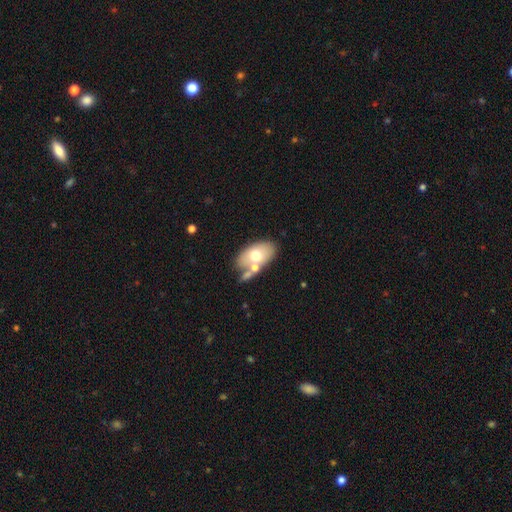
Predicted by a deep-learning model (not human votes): smooth-or-featured: smooth: 63% | featured or disk: 30% | star or artifact: 7%
  how-rounded: in between: 91% | round: 7% | cigar-shaped: 2%
  merging: none: 56% | merger: 23% | minor disturbance: 15% | major disturbance: 6%